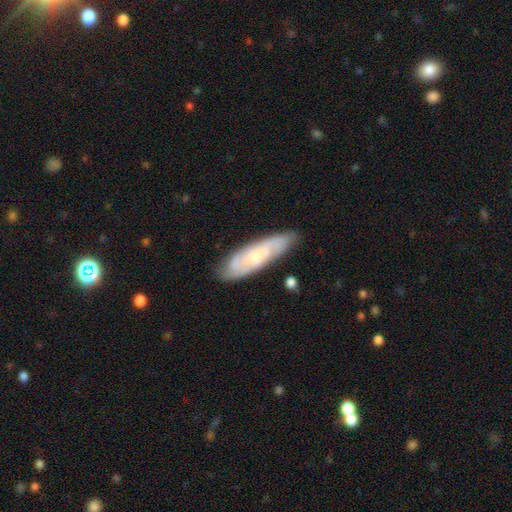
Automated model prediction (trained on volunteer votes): smooth-or-featured: featured or disk: 56% | smooth: 38% | star or artifact: 6%
  disk-edge-on: no: 77% | yes: 23%
  merging: none: 79% | minor disturbance: 16% | major disturbance: 3% | merger: 2%